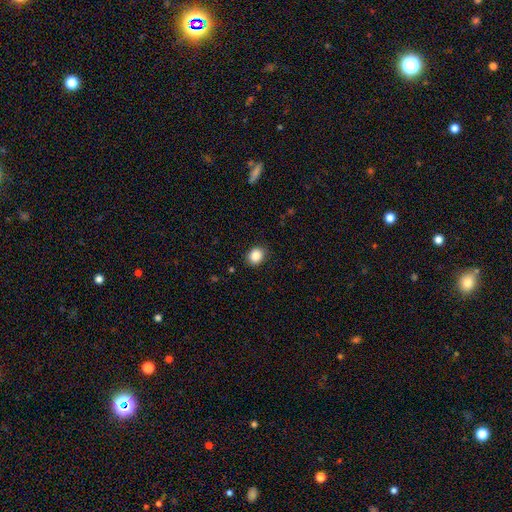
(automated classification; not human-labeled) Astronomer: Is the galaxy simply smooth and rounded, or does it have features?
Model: smooth — 87%.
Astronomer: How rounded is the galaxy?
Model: round — 60% (runner-up: in between, 40%).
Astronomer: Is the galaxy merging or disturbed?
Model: none — 89%.